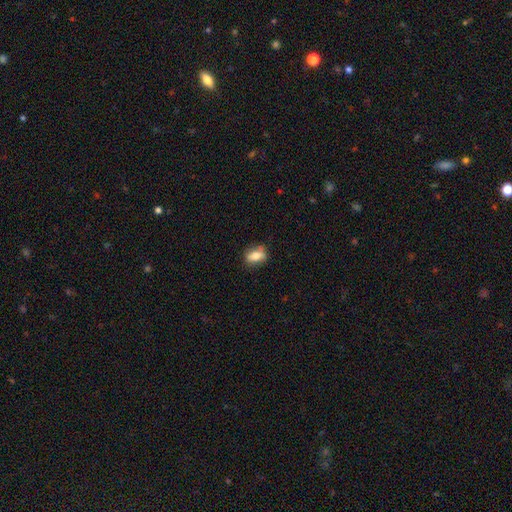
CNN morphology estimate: A smooth galaxy with no disk features (70%) that is in between round and cigar-shaped (74%).

Vote fractions:
- Smooth or featured? smooth: 70% / featured or disk: 22% / star or artifact: 8%
- How rounded? in between: 74% / round: 18% / cigar-shaped: 8%
- Merging? none: 74% / minor disturbance: 19% / major disturbance: 4% / merger: 2%